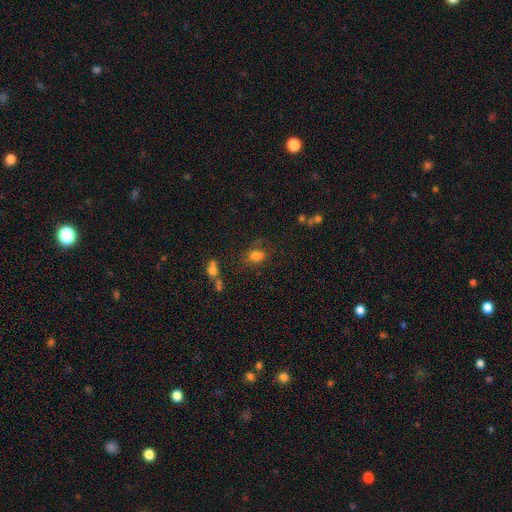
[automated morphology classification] smooth-or-featured: smooth: 73% | star or artifact: 14% | featured or disk: 12%
  how-rounded: in between: 53% | round: 45% | cigar-shaped: 2%
  merging: none: 55% | minor disturbance: 23% | major disturbance: 15% | merger: 7%